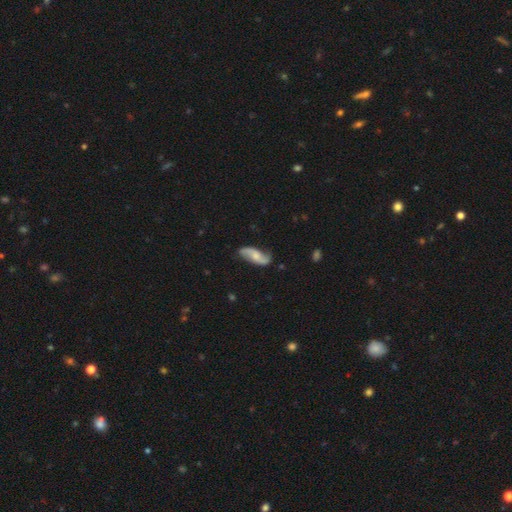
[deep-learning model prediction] Smooth or featured? Predicted: featured or disk (p=0.67). Edge-on disk? Predicted: no (p=0.92). Bar? Predicted: no (p=0.57). Spiral arms? Predicted: yes (p=0.93). Spiral winding? Predicted: loose (p=0.69). Spiral arm count? Predicted: 2 (p=0.91). Bulge size? Predicted: small (p=0.43). Merging? Predicted: none (p=0.73).